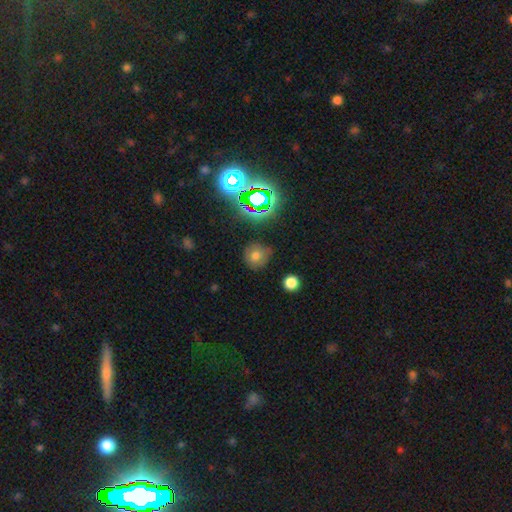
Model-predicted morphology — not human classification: Smooth or featured? Predicted: smooth (p=0.67). How rounded? Predicted: round (p=0.88). Merging? Predicted: none (p=0.74).